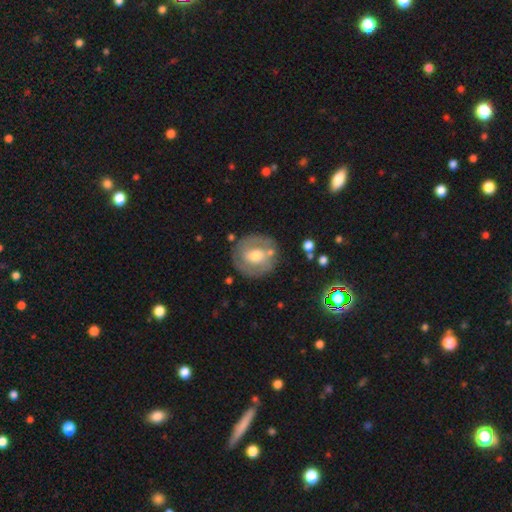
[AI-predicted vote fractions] A featured or disk galaxy (58%) with no bar (51%), spiral arms (54%) and a moderate central bulge (70%).

Vote fractions:
- Smooth or featured? featured or disk: 58% / smooth: 35% / star or artifact: 6%
- Edge-on disk? no: 96% / yes: 4%
- Bar? no: 51% / weak: 36% / strong: 13%
- Spiral arms? yes: 54% / no: 46%
- Bulge size? moderate: 70% / small: 15% / large: 12% / none: 1% / dominant: 1%
- Merging? none: 77% / minor disturbance: 13% / major disturbance: 5% / merger: 4%